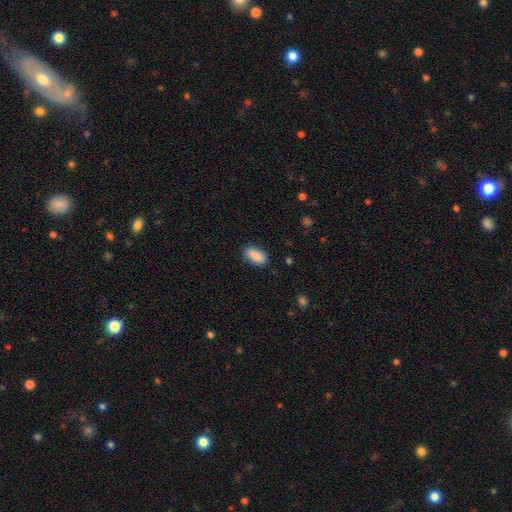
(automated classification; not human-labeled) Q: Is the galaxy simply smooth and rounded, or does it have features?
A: smooth — 89%.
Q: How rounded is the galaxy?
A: in between — 88%.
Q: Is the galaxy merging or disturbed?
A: none — 87%.